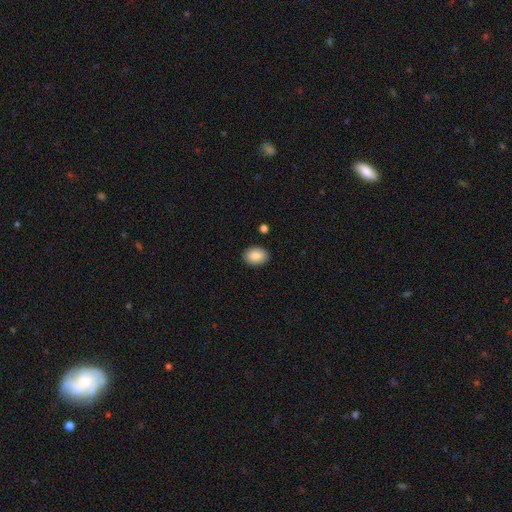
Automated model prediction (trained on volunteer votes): This appears to be a smooth galaxy with no disk features (85%) that is in between round and cigar-shaped (72%). Merging: none (89%).